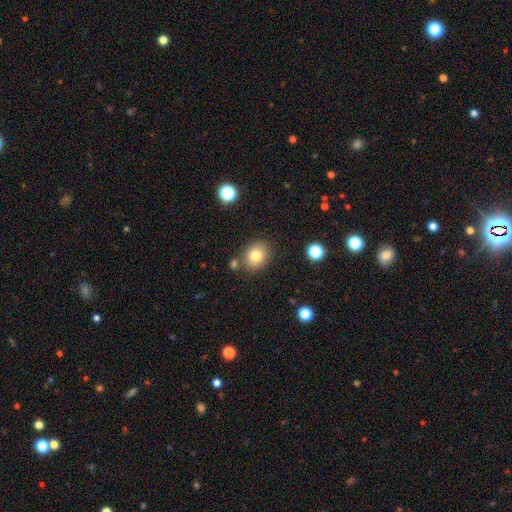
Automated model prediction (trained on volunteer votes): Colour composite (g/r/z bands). It shows a smooth galaxy with no disk features (81%) that is round (56%). Merging: none (78%).